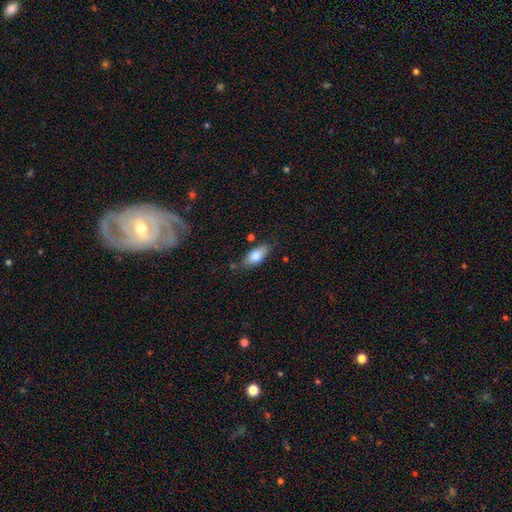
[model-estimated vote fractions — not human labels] This appears to be a smooth galaxy with no disk features (80%) that is in between round and cigar-shaped (85%). Merging: none (72%).